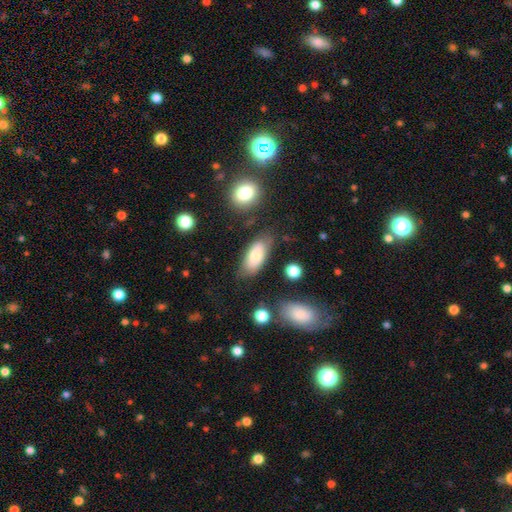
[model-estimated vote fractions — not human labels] Smooth or featured? smooth (74%)
How rounded? in between (86%)
Merging? none (73%)